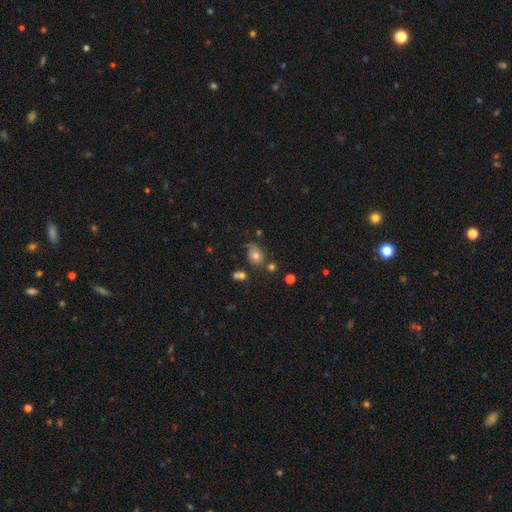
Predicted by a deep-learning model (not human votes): Smooth or featured? Predicted: smooth (p=0.69). How rounded? Predicted: round (p=0.51). Merging? Predicted: none (p=0.54).